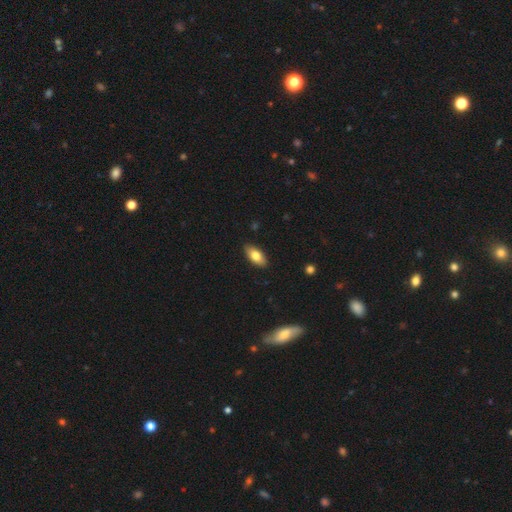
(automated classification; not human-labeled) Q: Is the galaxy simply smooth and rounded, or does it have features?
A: smooth — 77%.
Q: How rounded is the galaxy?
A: in between — 89%.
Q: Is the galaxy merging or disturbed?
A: none — 88%.